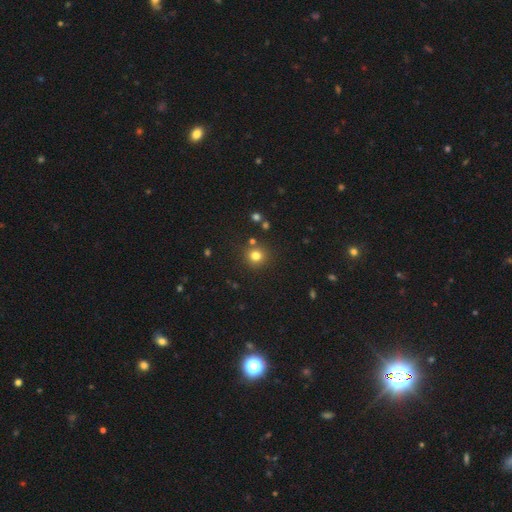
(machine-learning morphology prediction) Smooth or featured?
  - smooth: 78% *
  - star or artifact: 16%
  - featured or disk: 6%
How rounded?
  - round: 92% *
  - in between: 7%
  - cigar-shaped: 1%
Merging?
  - none: 85% *
  - minor disturbance: 7%
  - merger: 5%
  - major disturbance: 3%